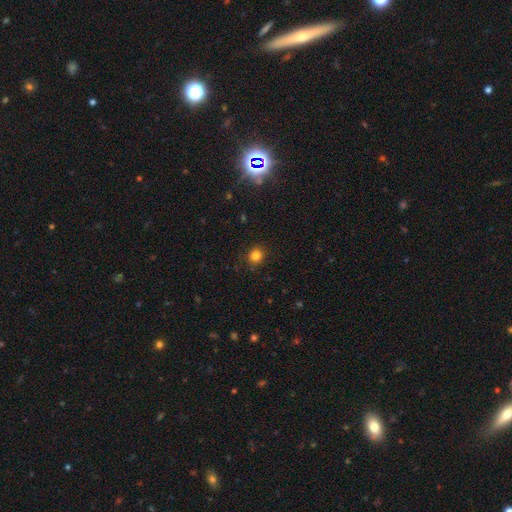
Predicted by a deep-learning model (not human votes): This is clearly a smooth galaxy (82%). How rounded: clearly round (86%). Merging: clearly none (90%).